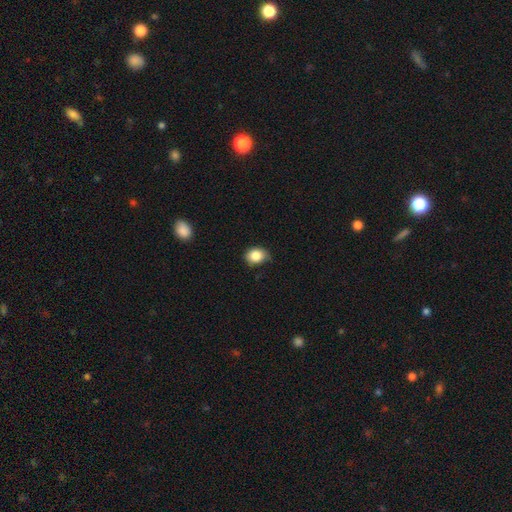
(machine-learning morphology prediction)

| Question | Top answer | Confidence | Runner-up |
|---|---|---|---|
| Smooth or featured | smooth | 84% | star or artifact (9%) |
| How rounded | round | 53% | in between (46%) |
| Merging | none | 62% | minor disturbance (32%) |